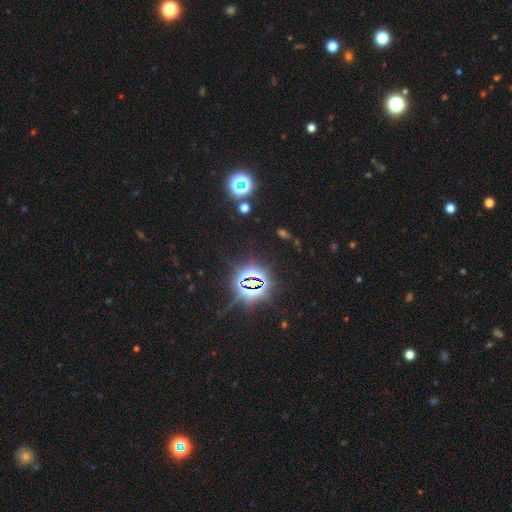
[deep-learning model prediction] Q: Smooth or featured?
A: star or artifact (81%); runner-up: smooth (13%)